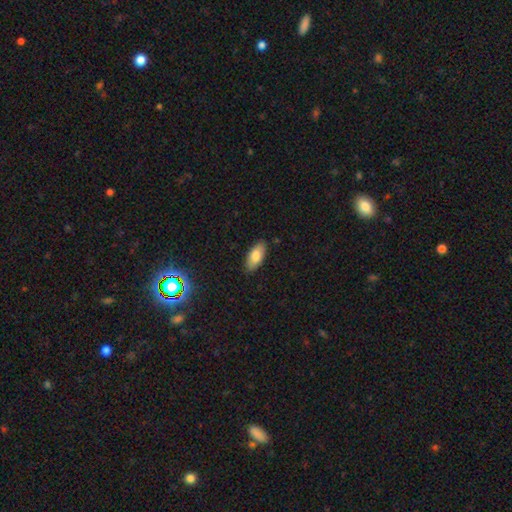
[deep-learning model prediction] Smooth or featured: smooth — 81% (featured or disk — 12%)
How rounded: in between — 88% (cigar-shaped — 10%)
Merging: none — 87% (minor disturbance — 10%)